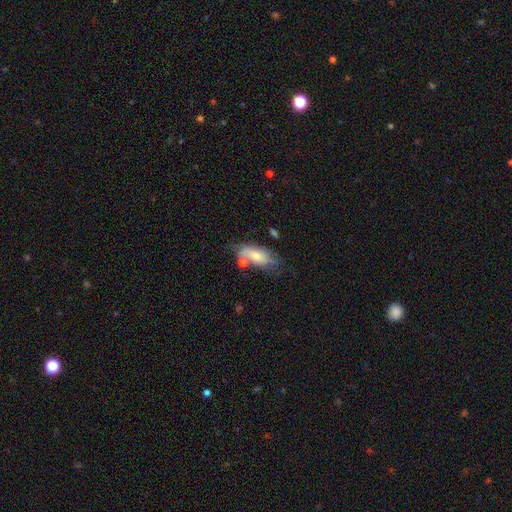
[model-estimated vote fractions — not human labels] Morphology: type=smooth (64%); roundness=in between (84%); merging=none (42%).